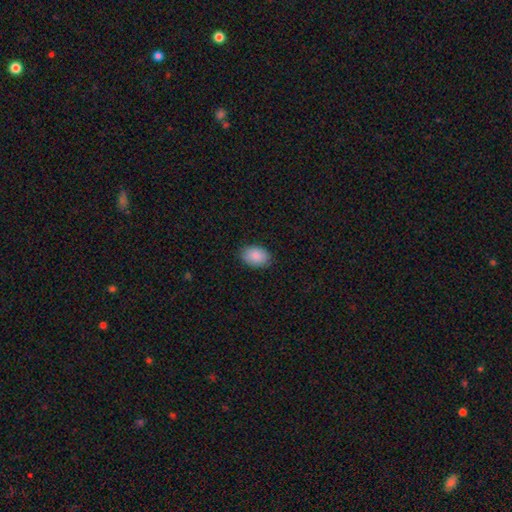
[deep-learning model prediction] Q: Smooth or featured?
A: smooth (90%); runner-up: star or artifact (7%)
Q: How rounded?
A: in between (85%); runner-up: round (14%)
Q: Merging?
A: none (88%); runner-up: minor disturbance (9%)